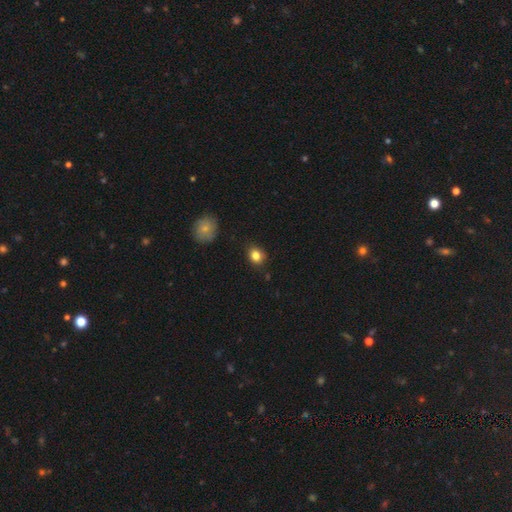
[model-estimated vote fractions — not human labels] smooth-or-featured: smooth: 83% | star or artifact: 10% | featured or disk: 6%
  how-rounded: round: 54% | in between: 45% | cigar-shaped: 1%
  merging: none: 84% | minor disturbance: 12% | major disturbance: 2% | merger: 2%